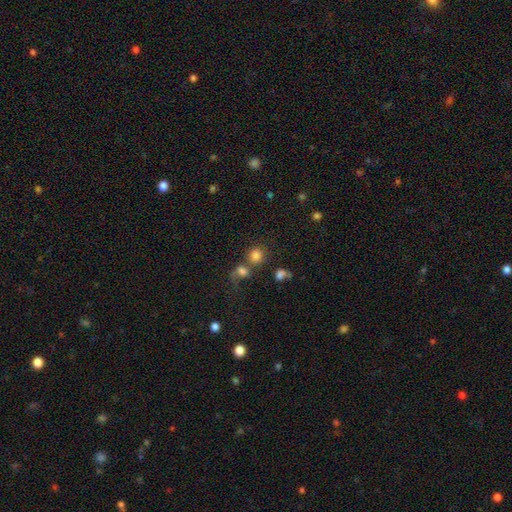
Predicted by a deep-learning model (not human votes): Q: Smooth or featured?
A: smooth (78%); runner-up: star or artifact (13%)
Q: How rounded?
A: round (82%); runner-up: in between (17%)
Q: Merging?
A: none (48%); runner-up: merger (37%)